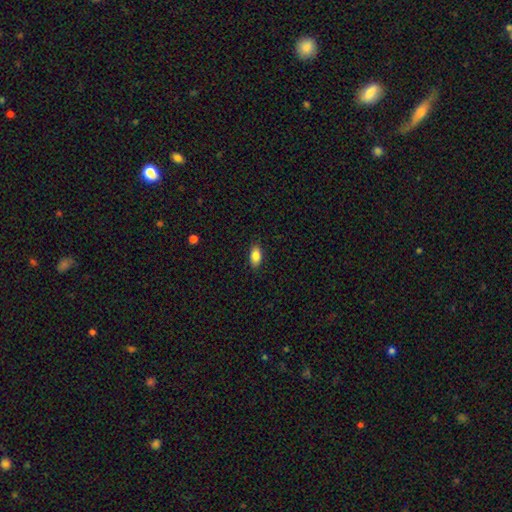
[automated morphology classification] Smooth or featured? smooth (85%)
How rounded? in between (90%)
Merging? none (88%)